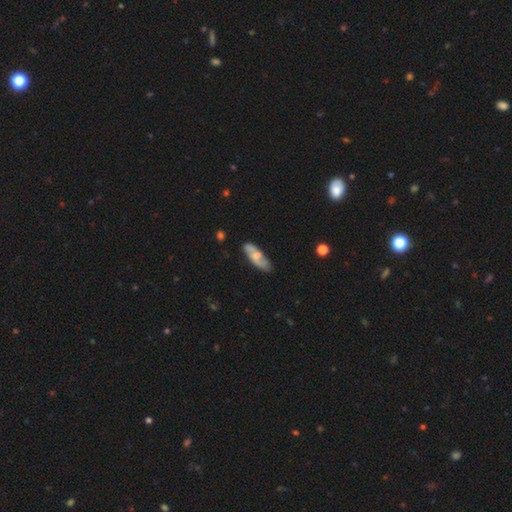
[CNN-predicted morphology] The model was most divided on "smooth or featured": smooth: 48%, featured or disk: 46%, star or artifact: 6%. More confident: merging — none (71%).